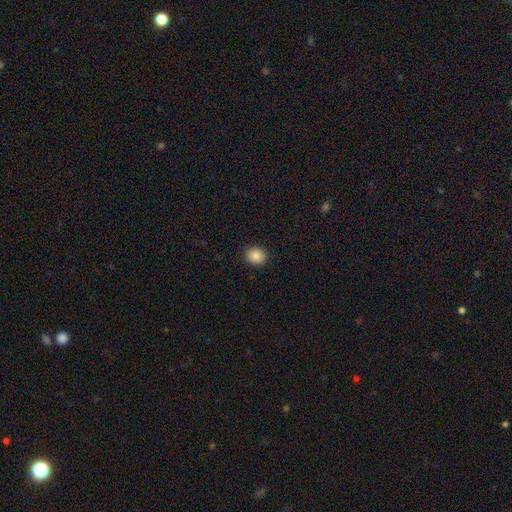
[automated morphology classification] smooth 87%, star or artifact 9%, featured or disk 5%. Down the decision tree: how rounded — round (75%); merging — none (91%).